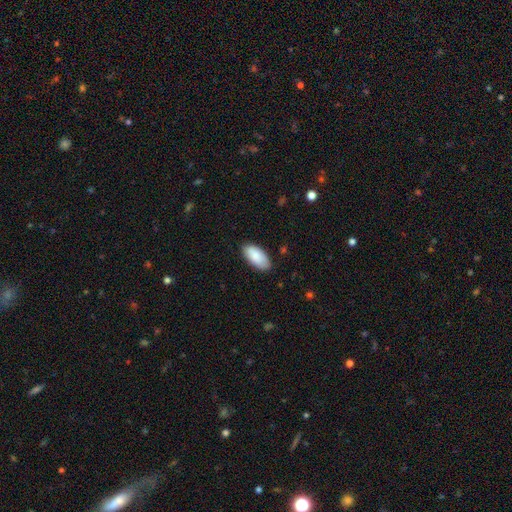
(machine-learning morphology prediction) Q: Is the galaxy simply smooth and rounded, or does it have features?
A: smooth — 87%.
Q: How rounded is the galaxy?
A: in between — 93%.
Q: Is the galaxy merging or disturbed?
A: none — 83%.